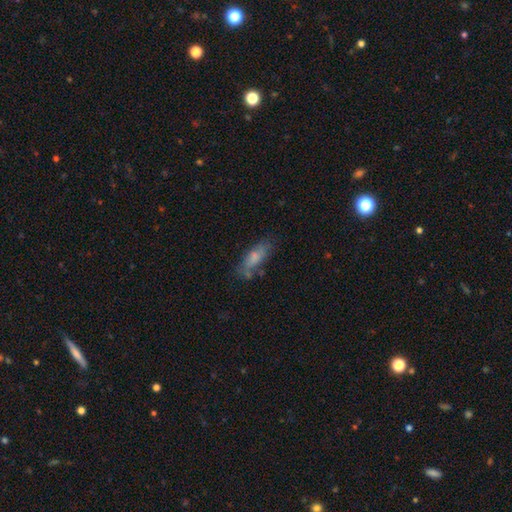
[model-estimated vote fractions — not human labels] Smooth or featured: smooth — 62% (featured or disk — 28%)
How rounded: in between — 56% (cigar-shaped — 42%)
Merging: none — 66% (minor disturbance — 21%)